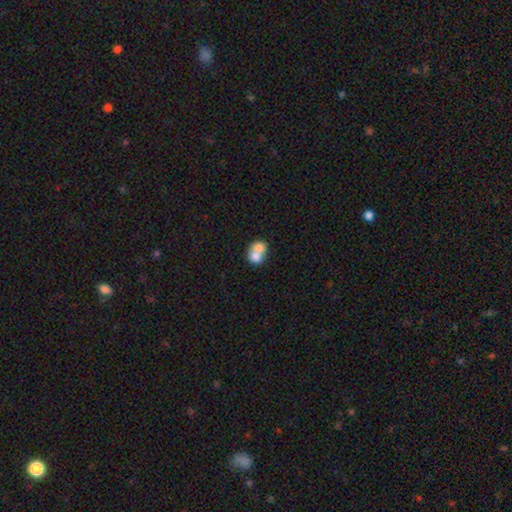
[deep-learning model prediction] This is likely a smooth galaxy (71%). How rounded: likely round (63%). Merging: likely merger (74%).